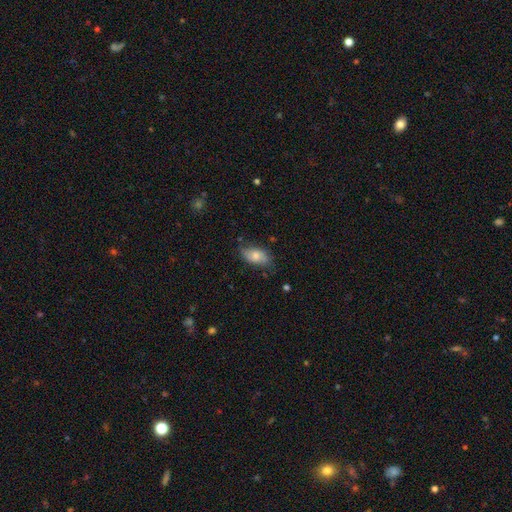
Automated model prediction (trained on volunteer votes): A smooth galaxy with no disk features (70%) that is in between round and cigar-shaped (92%). Merging: none (71%).